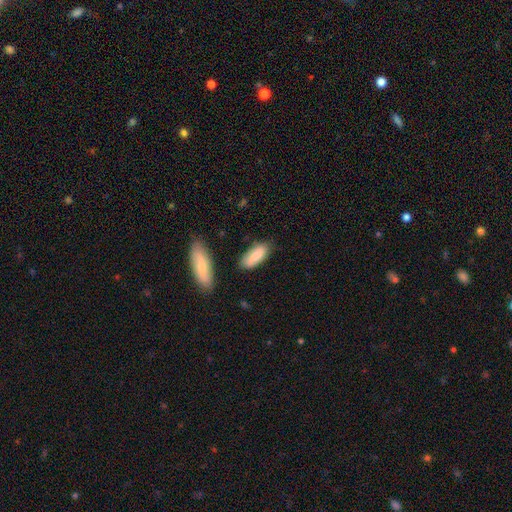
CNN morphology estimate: smooth_or_featured: smooth (p=0.80) [alt: featured or disk p=0.14]
how_rounded: in between (p=0.72) [alt: cigar-shaped p=0.26]
merging: none (p=0.77) [alt: minor disturbance p=0.15]